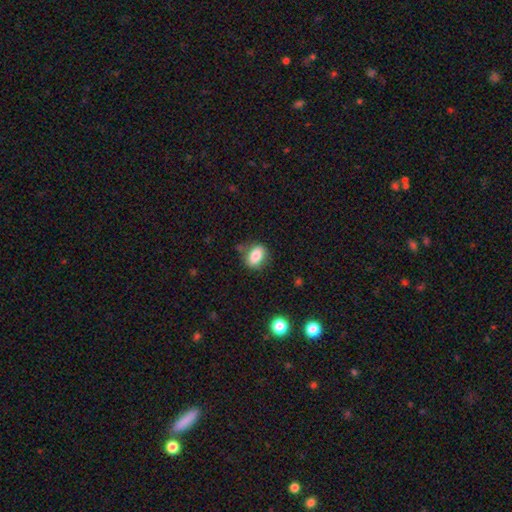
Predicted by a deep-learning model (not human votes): This is clearly a smooth galaxy (82%). How rounded: likely in between (77%). Merging: likely none (72%).